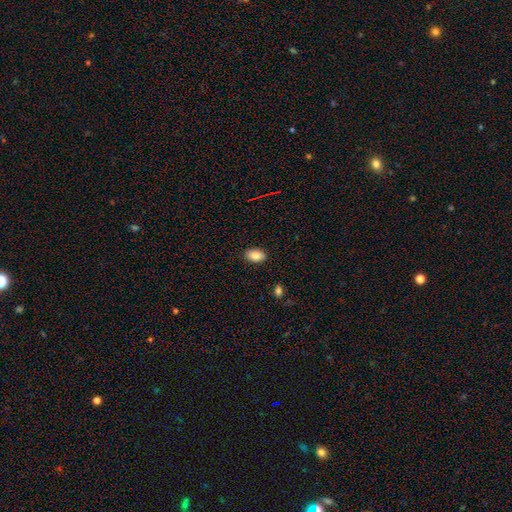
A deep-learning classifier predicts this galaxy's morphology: smooth-or-featured: smooth: 85% | star or artifact: 8% | featured or disk: 7%
  how-rounded: in between: 89% | round: 10% | cigar-shaped: 1%
  merging: none: 89% | minor disturbance: 8% | major disturbance: 2% | merger: 1%